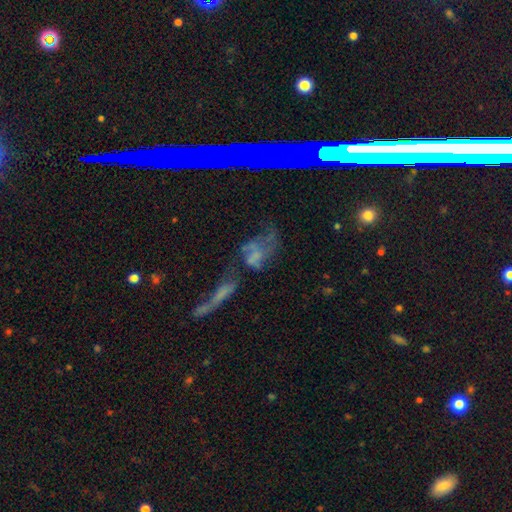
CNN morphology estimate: Smooth or featured: featured or disk — 47% (smooth — 32%)
Merging: major disturbance — 33% (none — 27%)